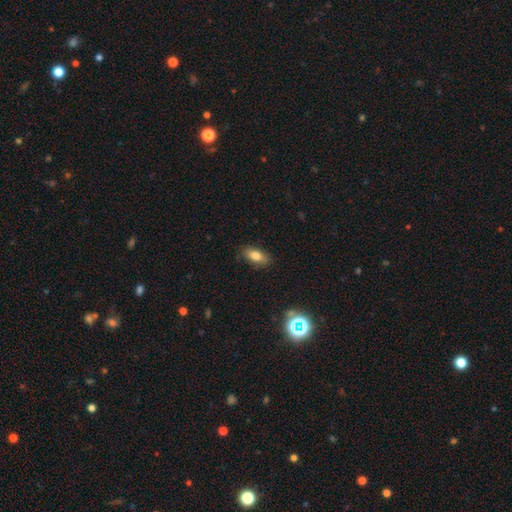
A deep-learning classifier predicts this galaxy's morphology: smooth_or_featured: smooth (p=0.77) [alt: featured or disk p=0.14]
how_rounded: in between (p=0.84) [alt: cigar-shaped p=0.11]
merging: none (p=0.85) [alt: minor disturbance p=0.12]